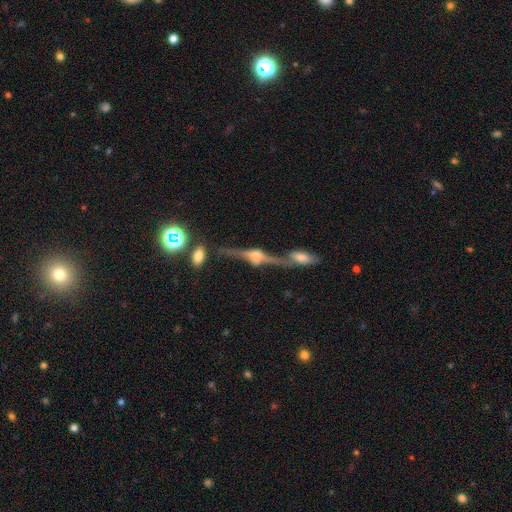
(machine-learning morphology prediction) A featured or disk galaxy (83%) viewed edge-on (90%) with a rounded central bulge (89%). Merging: none (47%).